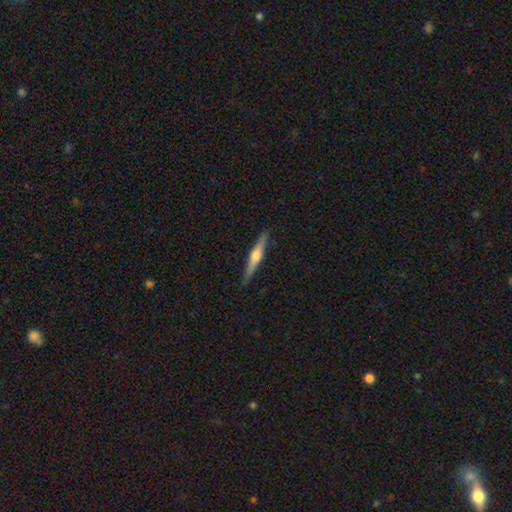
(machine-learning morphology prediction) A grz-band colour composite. It shows a featured or disk galaxy (60%) viewed edge-on (97%) with a rounded central bulge (86%). Merging: none (89%).